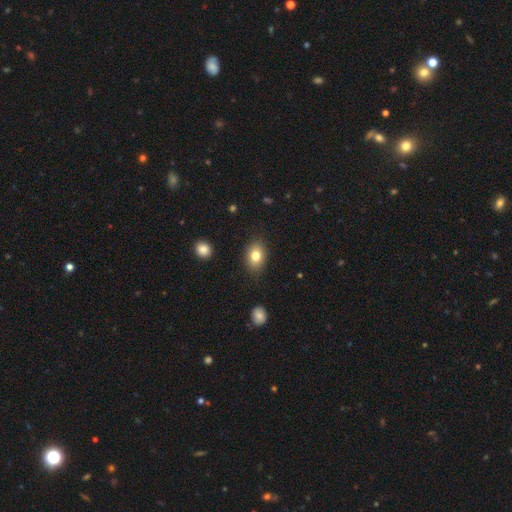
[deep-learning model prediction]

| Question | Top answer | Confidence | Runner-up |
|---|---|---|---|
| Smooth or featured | smooth | 80% | featured or disk (11%) |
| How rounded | in between | 73% | round (25%) |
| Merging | none | 84% | minor disturbance (12%) |